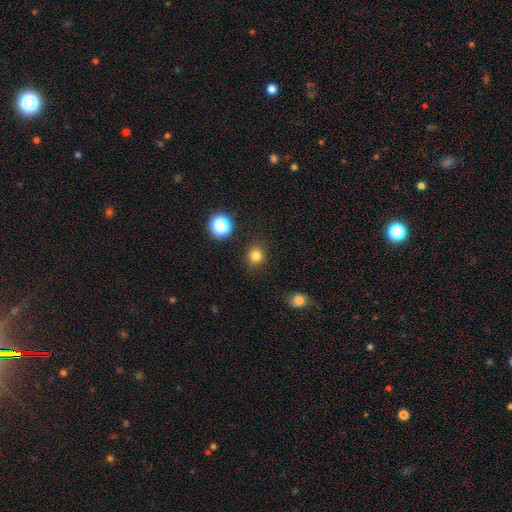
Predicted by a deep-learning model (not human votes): smooth-or-featured: smooth: 81% | star or artifact: 15% | featured or disk: 5%
  how-rounded: round: 83% | in between: 16% | cigar-shaped: 1%
  merging: none: 88% | minor disturbance: 8% | major disturbance: 3% | merger: 1%